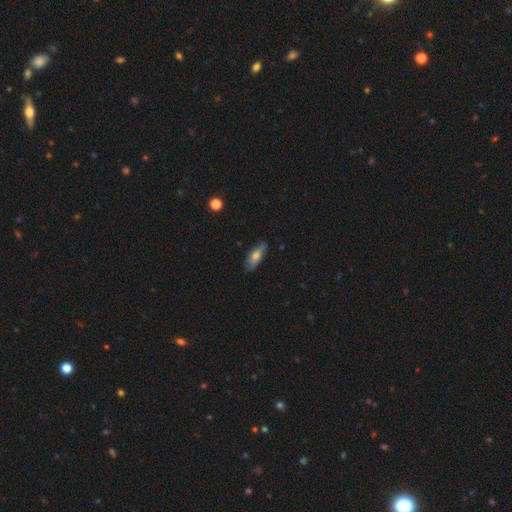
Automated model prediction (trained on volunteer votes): smooth 61%, featured or disk 31%, star or artifact 7%. Down the decision tree: how rounded — in between (66%); merging — none (73%).